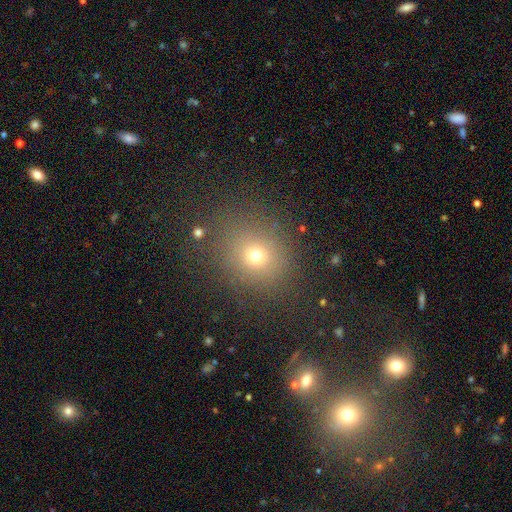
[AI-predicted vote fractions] Overall: smooth (69%). How rounded: round (71%). Merging: none (82%).